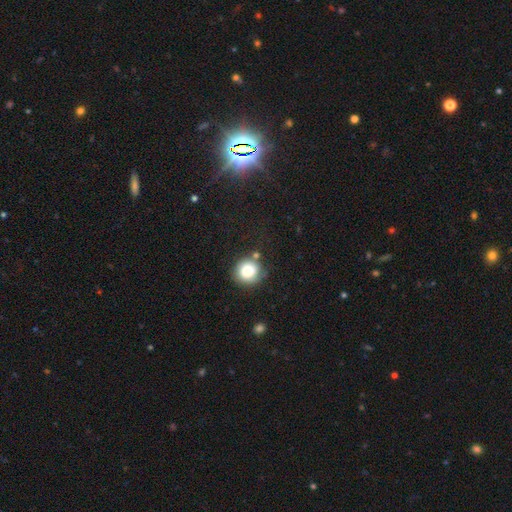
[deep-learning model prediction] This appears to be a star or artifact, not a galaxy (58%).